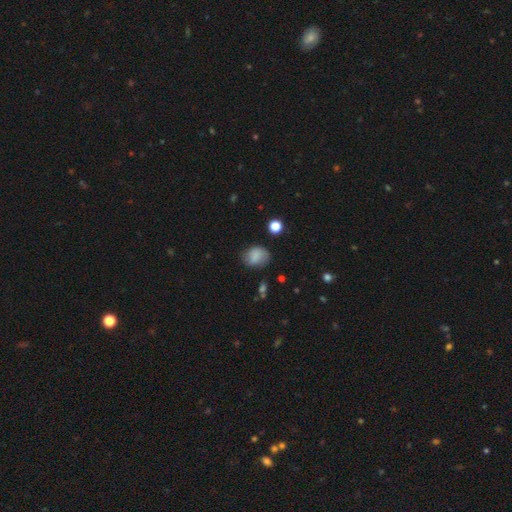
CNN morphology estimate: smooth 81%, star or artifact 10%, featured or disk 10%. Down the decision tree: how rounded — in between (55%); merging — none (67%).